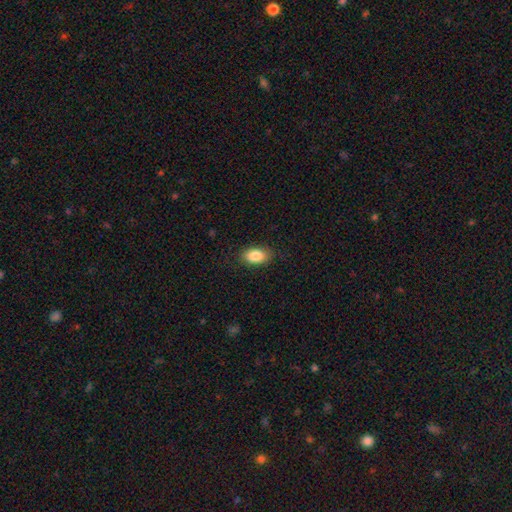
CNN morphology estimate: smooth 86%, star or artifact 7%, featured or disk 7%. Down the decision tree: how rounded — in between (89%); merging — none (84%).